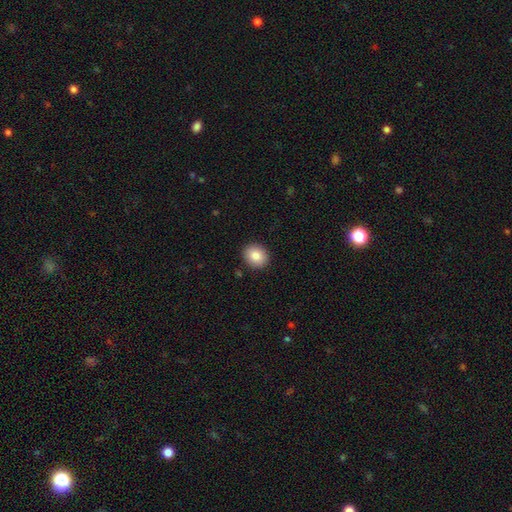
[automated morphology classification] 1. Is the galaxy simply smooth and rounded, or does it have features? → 84% smooth, 8% star or artifact, 8% featured or disk.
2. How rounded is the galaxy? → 66% round, 33% in between, 1% cigar-shaped.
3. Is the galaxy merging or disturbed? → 90% none, 7% minor disturbance, 2% major disturbance, 1% merger.